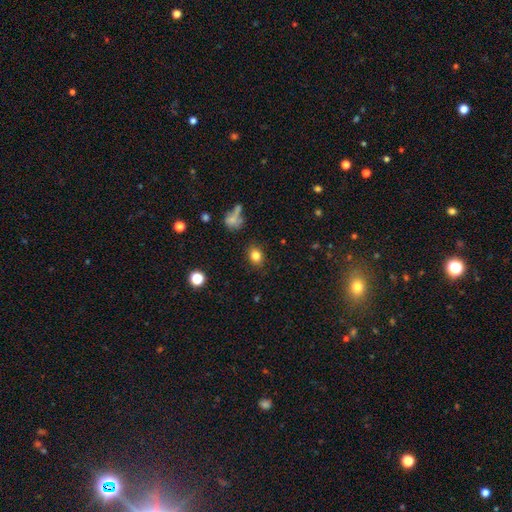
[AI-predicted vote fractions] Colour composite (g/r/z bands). It shows a smooth galaxy with no disk features (81%) that is round (51%). Merging: none (83%).